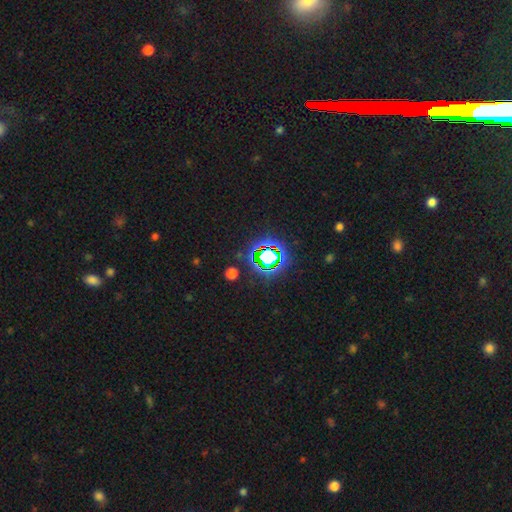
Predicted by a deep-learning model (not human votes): Smooth or featured? star or artifact (78%)